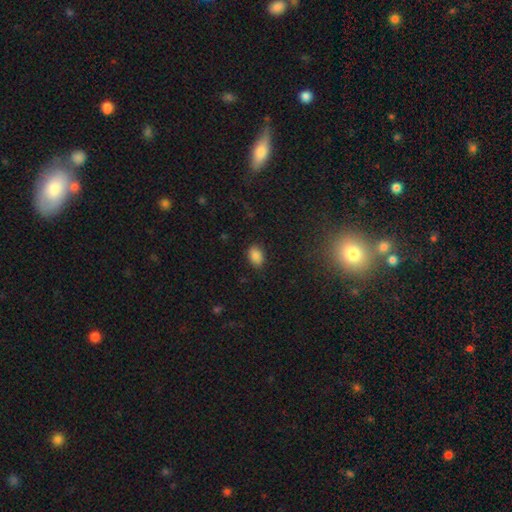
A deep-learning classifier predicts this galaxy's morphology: A smooth galaxy with no disk features (86%) that is in between round and cigar-shaped (83%).

Vote fractions:
- Smooth or featured? smooth: 86% / star or artifact: 10% / featured or disk: 4%
- How rounded? in between: 83% / round: 15% / cigar-shaped: 1%
- Merging? none: 87% / minor disturbance: 10% / major disturbance: 3% / merger: 1%